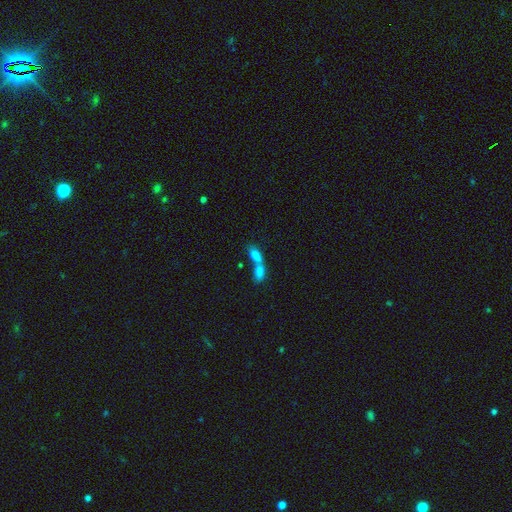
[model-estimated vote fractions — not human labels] This appears to be a smooth galaxy with no disk features (77%) that is in between round and cigar-shaped (84%). Merging: merger (76%).